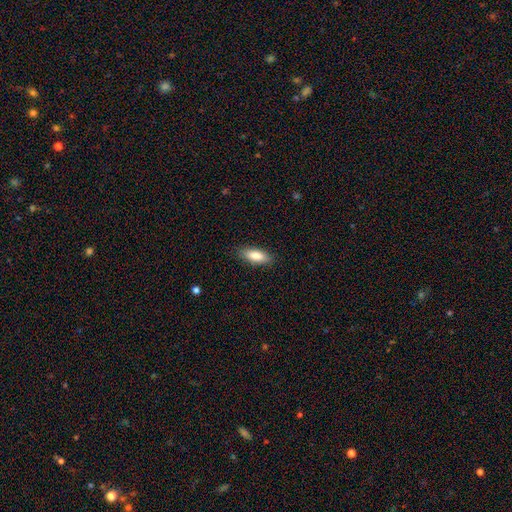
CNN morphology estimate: Q: Smooth or featured?
A: smooth (85%); runner-up: featured or disk (9%)
Q: How rounded?
A: in between (70%); runner-up: cigar-shaped (28%)
Q: Merging?
A: none (86%); runner-up: minor disturbance (10%)